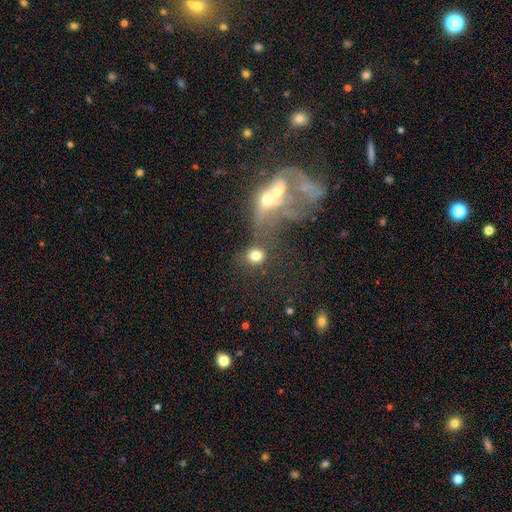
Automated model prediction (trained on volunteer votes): This is likely a smooth galaxy (78%). How rounded: likely round (75%). Merging: possibly none (53%).